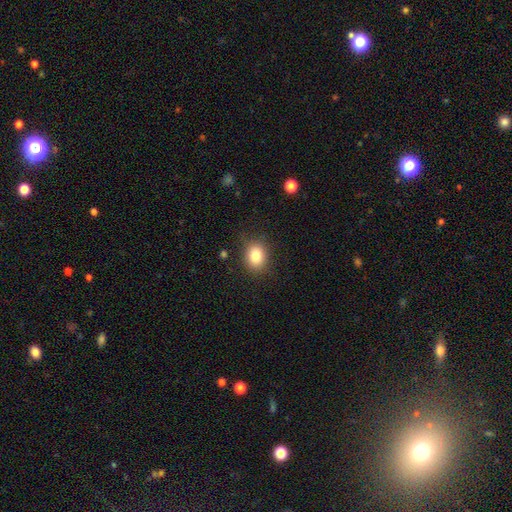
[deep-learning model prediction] The model was most divided on "how rounded": in between: 53%, round: 46%, cigar-shaped: 1%. More confident: merging — none (85%); smooth or featured — smooth (82%).